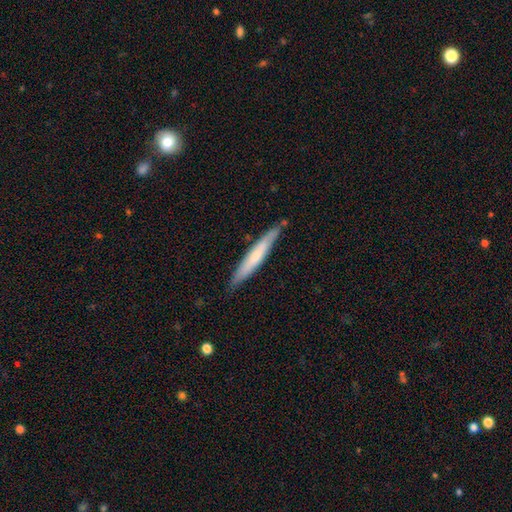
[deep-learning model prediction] smooth 57%, featured or disk 38%, star or artifact 5%. Down the decision tree: how rounded — cigar-shaped (94%); merging — none (85%).